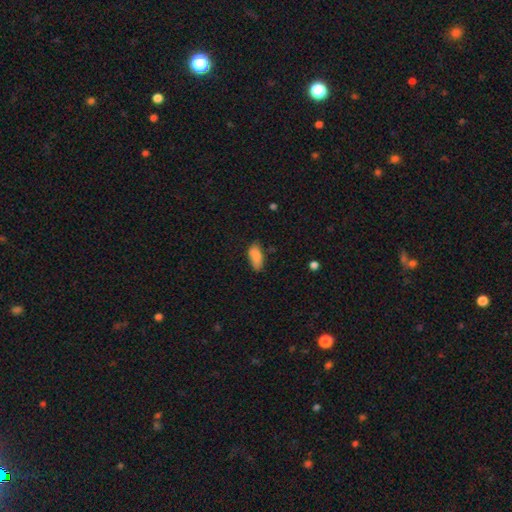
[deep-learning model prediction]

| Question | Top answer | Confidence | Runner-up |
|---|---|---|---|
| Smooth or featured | smooth | 86% | star or artifact (8%) |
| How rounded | in between | 84% | cigar-shaped (14%) |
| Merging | none | 62% | minor disturbance (29%) |